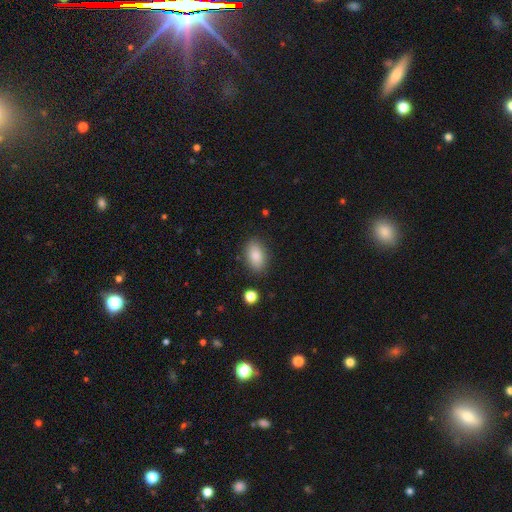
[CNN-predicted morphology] Overall: smooth (86%). How rounded: in between (91%). Merging: none (85%).